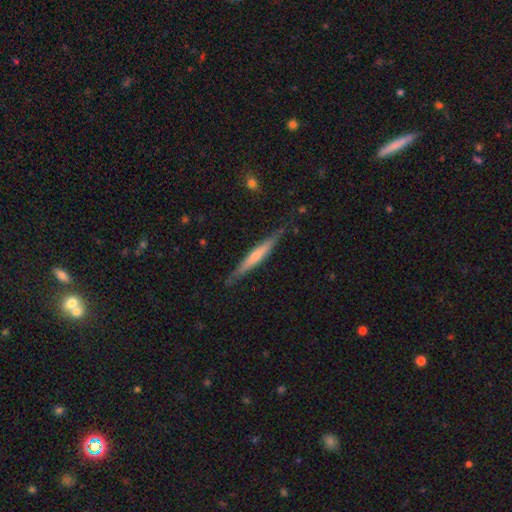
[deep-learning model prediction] The model was most divided on "edge-on bulge": rounded: 47%, none: 45%, boxy: 7%. More confident: edge-on disk — yes (95%); merging — none (83%); smooth or featured — featured or disk (54%).